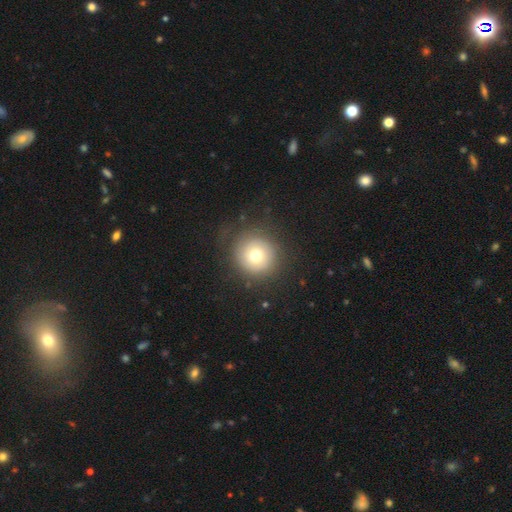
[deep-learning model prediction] Q: Smooth or featured?
A: smooth (68%); runner-up: featured or disk (20%)
Q: How rounded?
A: round (94%); runner-up: in between (5%)
Q: Merging?
A: none (78%); runner-up: minor disturbance (13%)